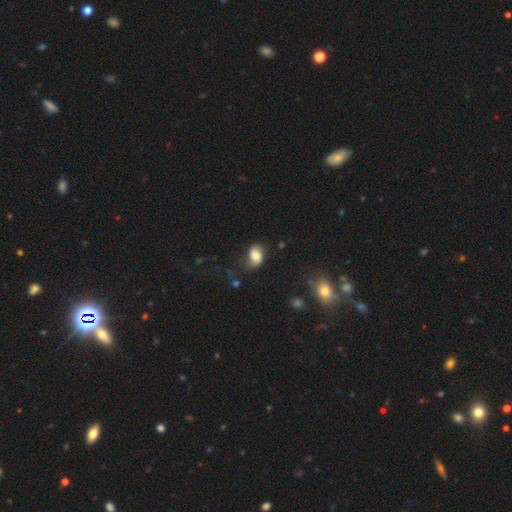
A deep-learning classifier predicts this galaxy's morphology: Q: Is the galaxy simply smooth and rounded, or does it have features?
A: smooth — 61%.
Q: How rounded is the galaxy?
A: in between — 75%.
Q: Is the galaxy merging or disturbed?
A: none — 57%.